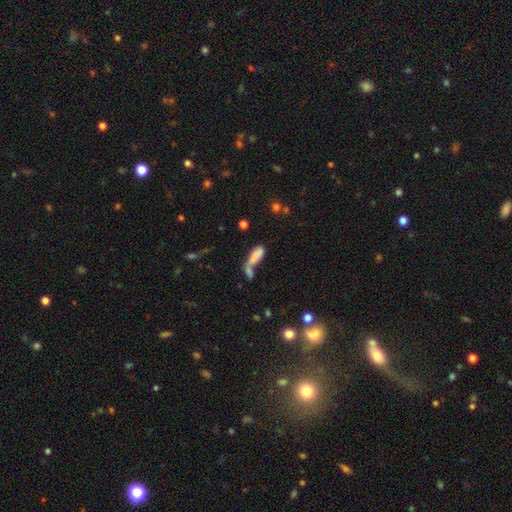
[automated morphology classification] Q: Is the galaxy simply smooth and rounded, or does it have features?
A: smooth — 73%.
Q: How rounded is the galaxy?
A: in between — 64%.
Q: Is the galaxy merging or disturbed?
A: merger — 59%.